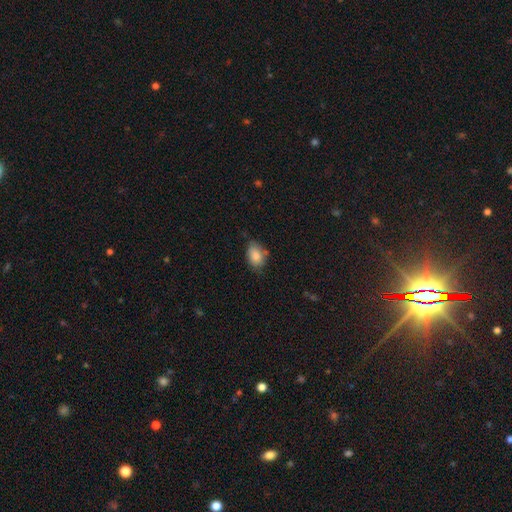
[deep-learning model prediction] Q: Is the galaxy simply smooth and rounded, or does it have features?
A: smooth — 84%.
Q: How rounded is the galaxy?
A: in between — 80%.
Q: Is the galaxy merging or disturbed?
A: none — 62%.